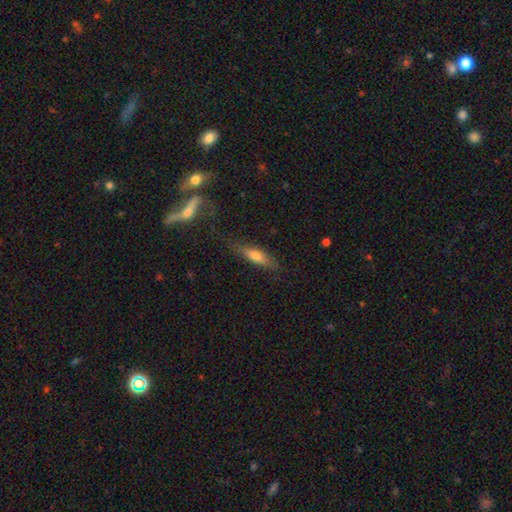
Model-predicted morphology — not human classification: Smooth or featured: smooth — 60% (featured or disk — 32%)
How rounded: cigar-shaped — 57% (in between — 40%)
Merging: none — 74% (minor disturbance — 17%)